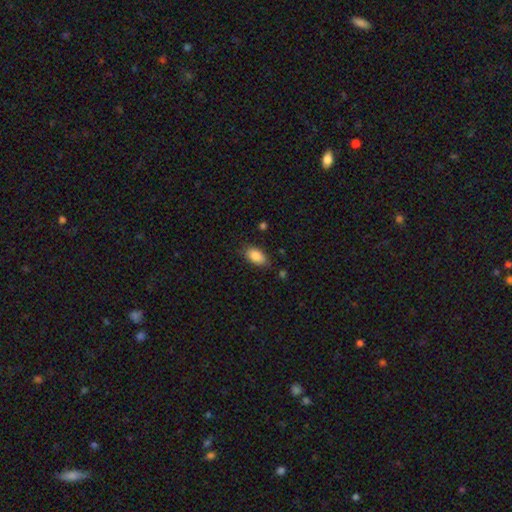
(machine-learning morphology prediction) smooth_or_featured: smooth (p=0.86) [alt: star or artifact p=0.07]
how_rounded: in between (p=0.92) [alt: round p=0.05]
merging: none (p=0.79) [alt: minor disturbance p=0.16]